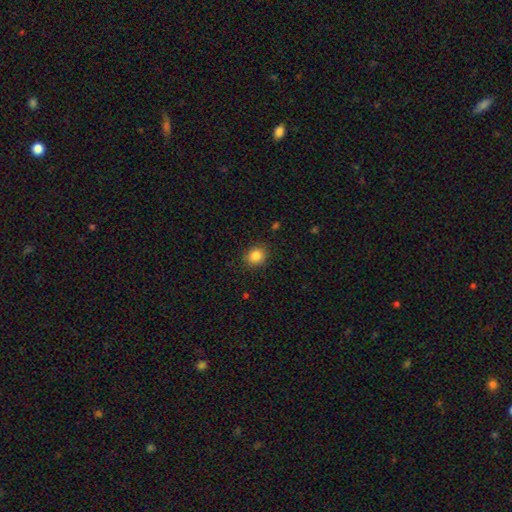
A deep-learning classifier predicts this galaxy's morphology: This is clearly a smooth galaxy (86%). How rounded: likely round (72%). Merging: clearly none (87%).